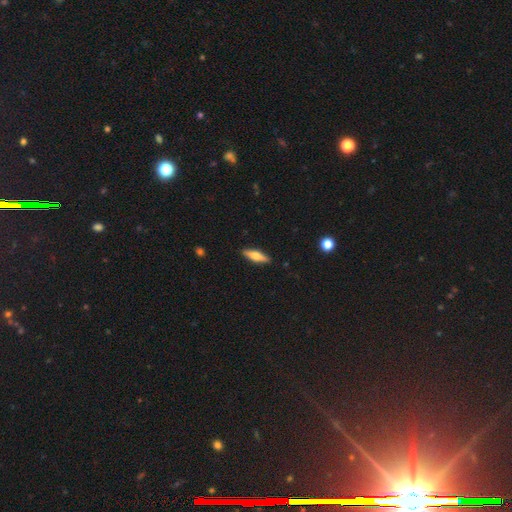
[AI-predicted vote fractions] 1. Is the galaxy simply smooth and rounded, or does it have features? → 56% smooth, 38% featured or disk, 6% star or artifact.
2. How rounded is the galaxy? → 60% cigar-shaped, 38% in between, 2% round.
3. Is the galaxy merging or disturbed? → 89% none, 8% minor disturbance, 2% major disturbance, 1% merger.